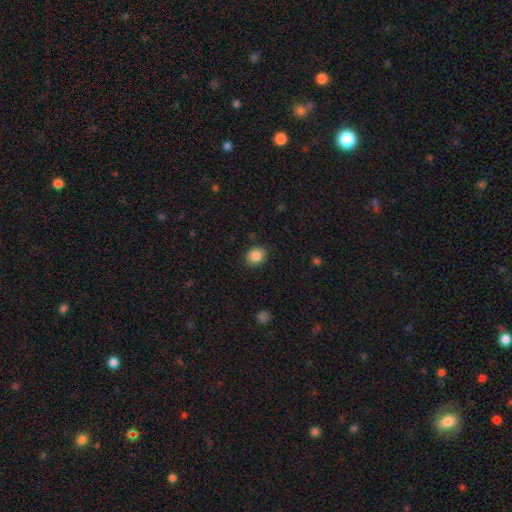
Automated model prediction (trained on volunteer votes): Smooth or featured? Predicted: smooth (p=0.85). How rounded? Predicted: round (p=0.66). Merging? Predicted: none (p=0.88).